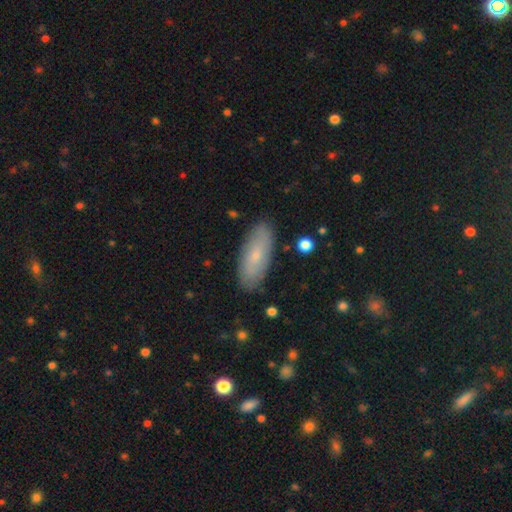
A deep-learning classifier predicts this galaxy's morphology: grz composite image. It shows a smooth galaxy with no disk features (65%) that is in between round and cigar-shaped (75%). Merging: none (86%).